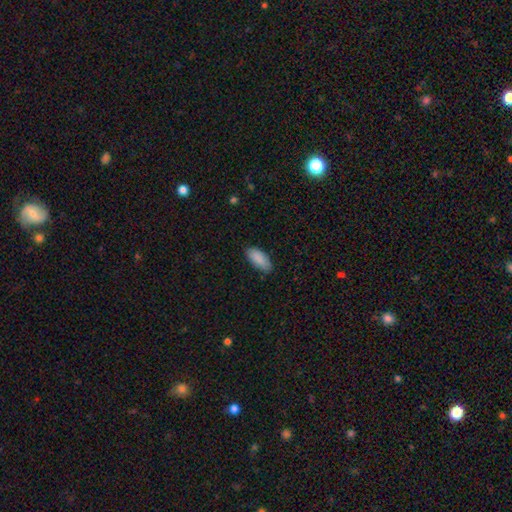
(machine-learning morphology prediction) smooth_or_featured: smooth (p=0.88) [alt: star or artifact p=0.07]
how_rounded: in between (p=0.87) [alt: cigar-shaped p=0.11]
merging: none (p=0.82) [alt: minor disturbance p=0.14]